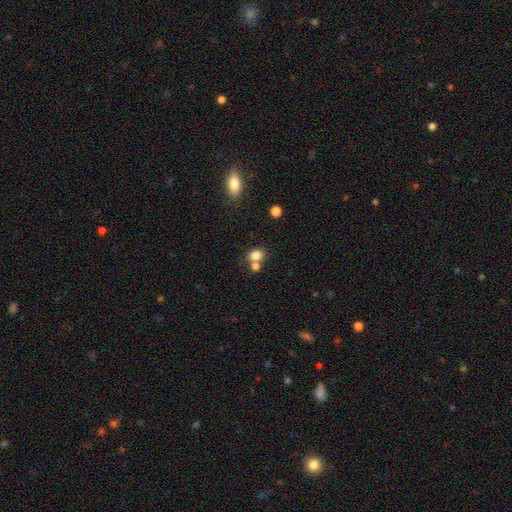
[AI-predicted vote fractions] Overall: smooth (81%). How rounded: round (51%; in between 48%). Merging: none (52%; merger 34%).